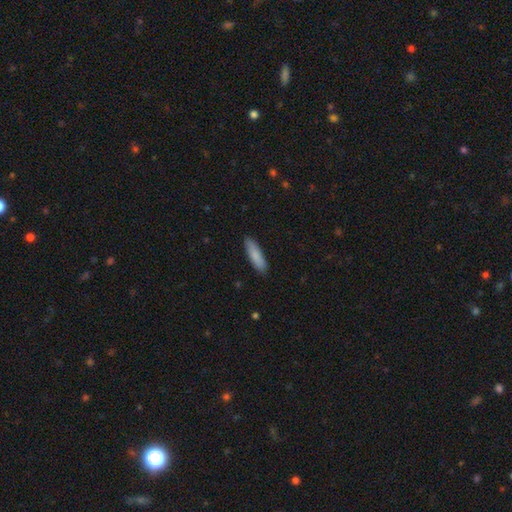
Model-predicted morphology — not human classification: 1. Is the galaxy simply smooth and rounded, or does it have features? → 86% smooth, 9% featured or disk, 5% star or artifact.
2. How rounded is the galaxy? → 63% cigar-shaped, 36% in between, 1% round.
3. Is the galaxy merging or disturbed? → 88% none, 9% minor disturbance, 2% major disturbance, 1% merger.